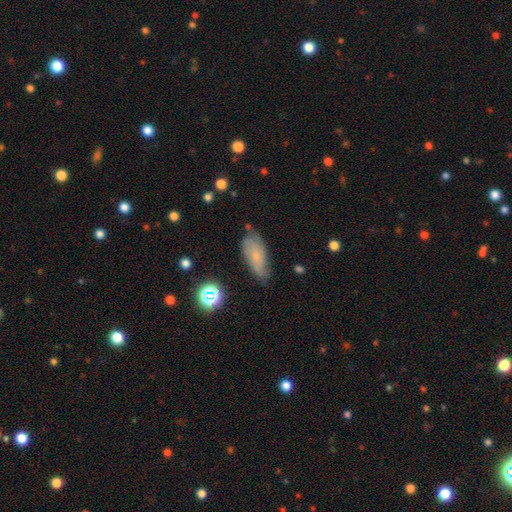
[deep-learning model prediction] Smooth or featured?
  - smooth: 49% *
  - featured or disk: 41%
  - star or artifact: 10%
Merging?
  - none: 64% *
  - minor disturbance: 27%
  - major disturbance: 7%
  - merger: 3%